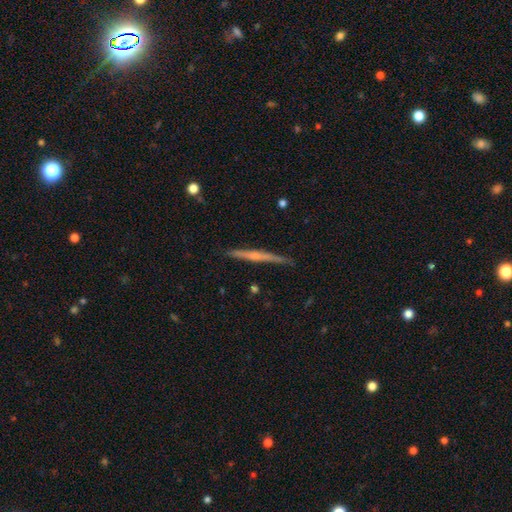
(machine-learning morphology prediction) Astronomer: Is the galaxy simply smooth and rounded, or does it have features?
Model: featured or disk — 65%.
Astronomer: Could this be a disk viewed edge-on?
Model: yes — 98%.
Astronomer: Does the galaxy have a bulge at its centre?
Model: rounded — 54% (runner-up: none, 37%).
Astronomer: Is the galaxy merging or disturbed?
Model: none — 88%.